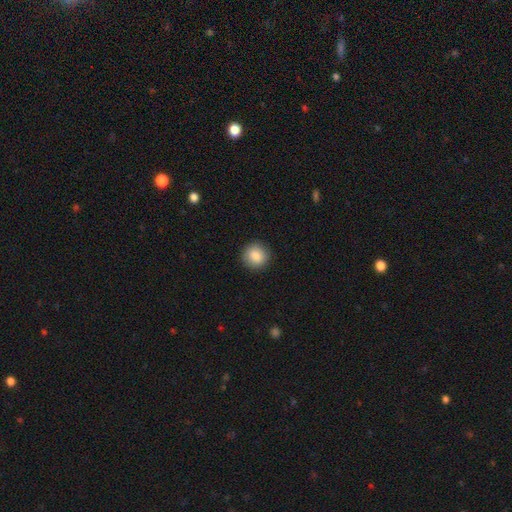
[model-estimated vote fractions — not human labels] smooth-or-featured: smooth: 86% | star or artifact: 8% | featured or disk: 5%
  how-rounded: round: 93% | in between: 6% | cigar-shaped: 1%
  merging: none: 91% | minor disturbance: 6% | major disturbance: 2% | merger: 1%